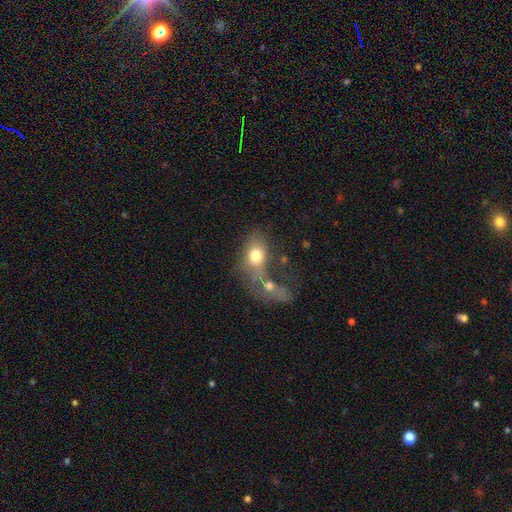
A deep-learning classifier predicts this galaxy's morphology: This appears to be a smooth galaxy with no disk features (70%) that is in between round and cigar-shaped (71%). Merging: merger (49%).